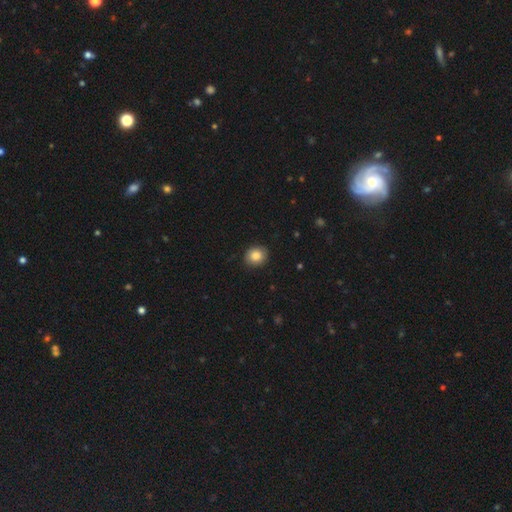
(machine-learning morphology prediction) Overall: smooth (86%). How rounded: round (78%). Merging: none (88%).